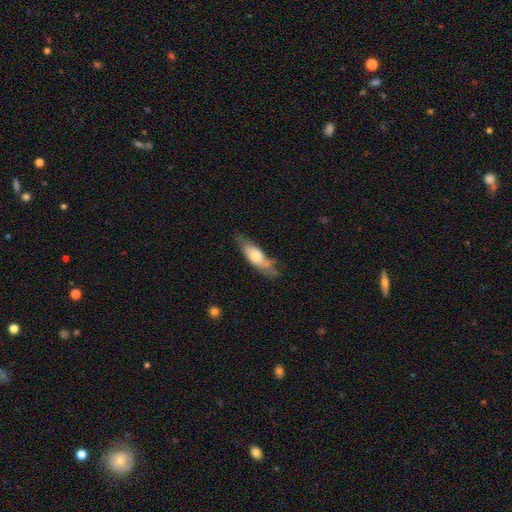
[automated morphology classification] The model was most divided on "merging": none: 50%, minor disturbance: 32%, major disturbance: 11%, merger: 6%. More confident: how rounded — in between (62%); smooth or featured — smooth (60%).